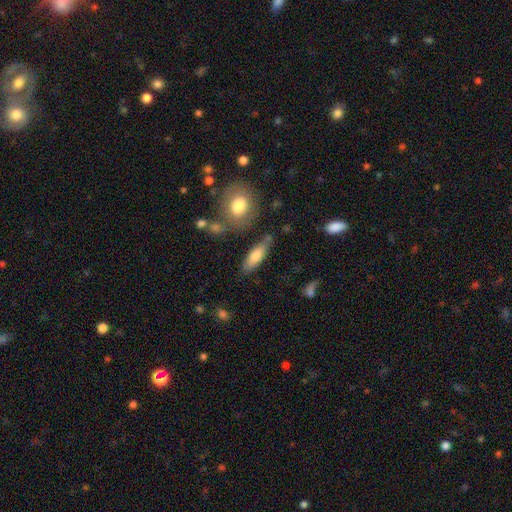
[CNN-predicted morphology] This is likely a smooth galaxy (76%). How rounded: possibly in between (60%). Merging: likely none (72%).